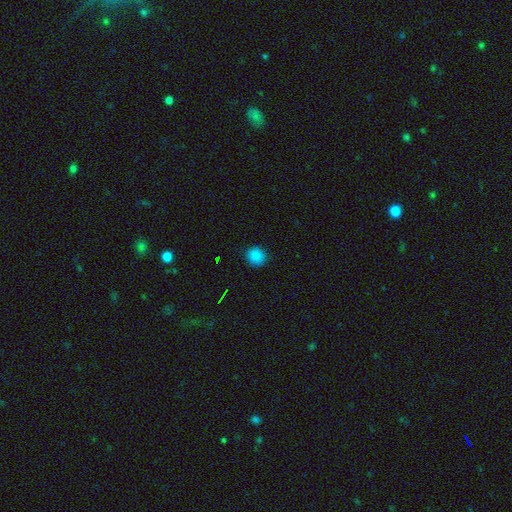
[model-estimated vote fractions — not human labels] The model was most divided on "smooth or featured": smooth: 85%, star or artifact: 12%, featured or disk: 3%. More confident: merging — none (90%); how rounded — round (89%).